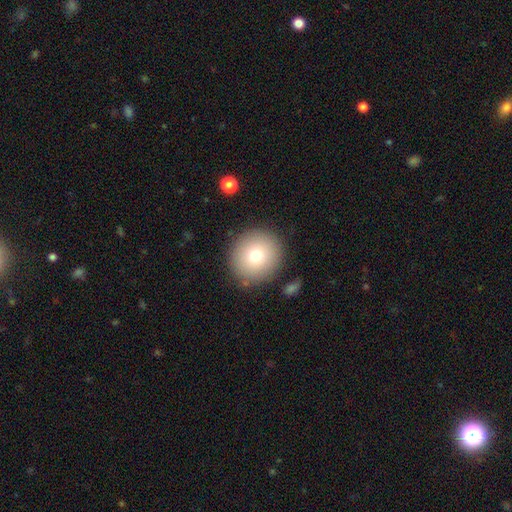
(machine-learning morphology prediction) Q: Smooth or featured?
A: smooth (76%); runner-up: featured or disk (14%)
Q: How rounded?
A: round (92%); runner-up: in between (7%)
Q: Merging?
A: none (88%); runner-up: minor disturbance (7%)